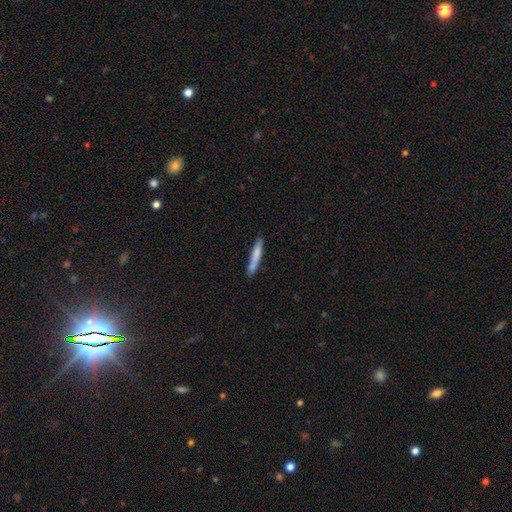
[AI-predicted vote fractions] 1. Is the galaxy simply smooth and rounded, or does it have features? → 76% smooth, 18% featured or disk, 6% star or artifact.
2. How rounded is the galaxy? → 94% cigar-shaped, 5% in between, 1% round.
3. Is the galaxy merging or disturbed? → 79% none, 15% minor disturbance, 3% merger, 3% major disturbance.